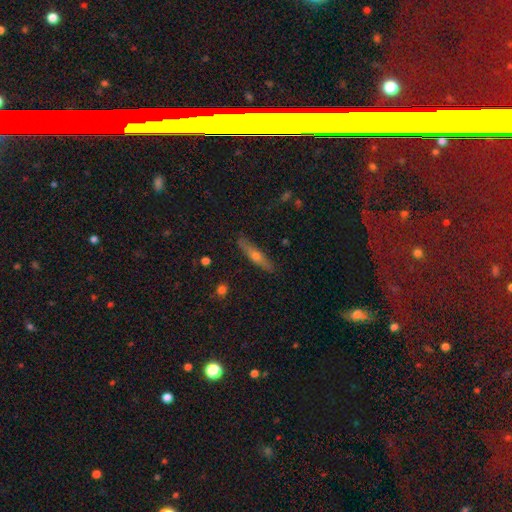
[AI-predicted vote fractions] smooth-or-featured: featured or disk: 51% | smooth: 41% | star or artifact: 8%
  disk-edge-on: yes: 90% | no: 10%
  merging: none: 87% | minor disturbance: 9% | major disturbance: 2% | merger: 1%